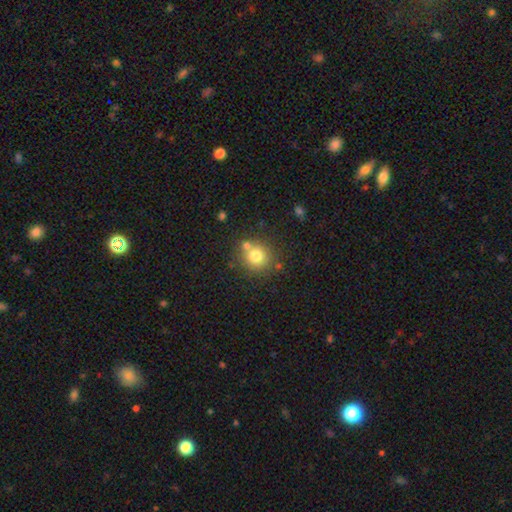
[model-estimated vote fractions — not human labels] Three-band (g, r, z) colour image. It shows a smooth galaxy with no disk features (76%) that is round (89%). Merging: none (68%).